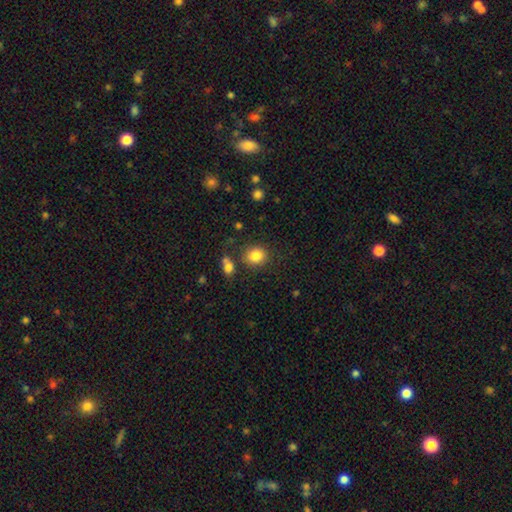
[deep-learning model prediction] This appears to be a smooth galaxy with no disk features (85%) that is round (72%). Merging: none (79%).